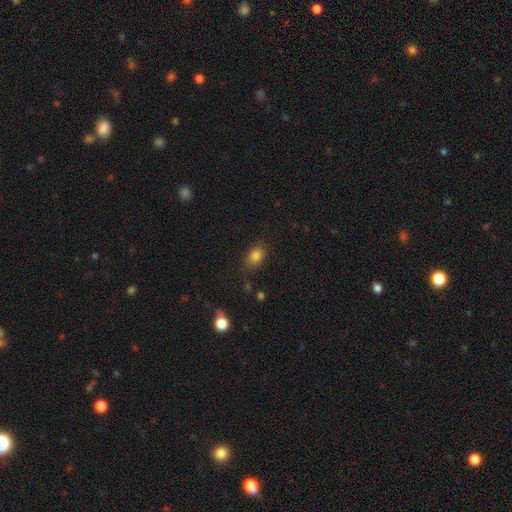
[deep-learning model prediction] smooth-or-featured: smooth: 83% | star or artifact: 11% | featured or disk: 6%
  how-rounded: in between: 76% | round: 22% | cigar-shaped: 2%
  merging: none: 79% | minor disturbance: 15% | major disturbance: 4% | merger: 2%